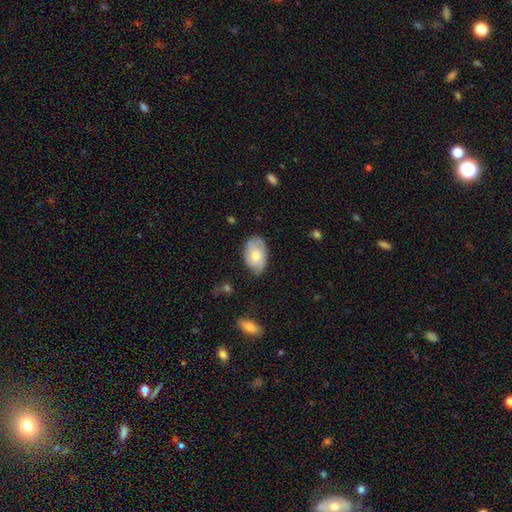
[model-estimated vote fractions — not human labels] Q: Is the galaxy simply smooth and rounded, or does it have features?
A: smooth — 54%.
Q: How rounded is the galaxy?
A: in between — 89%.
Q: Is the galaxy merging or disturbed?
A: none — 67%.